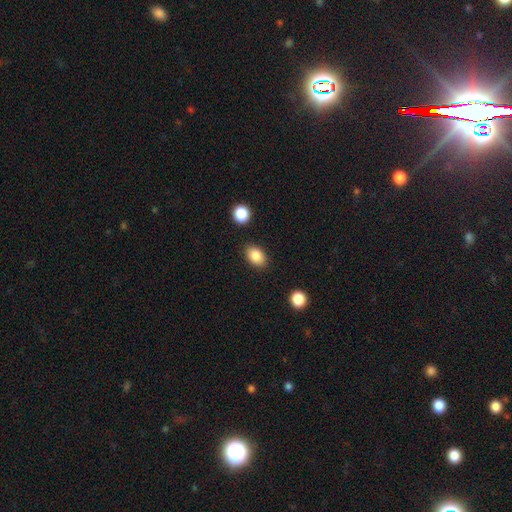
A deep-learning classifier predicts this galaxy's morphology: smooth 85%, star or artifact 8%, featured or disk 6%. Down the decision tree: how rounded — in between (82%); merging — none (85%).